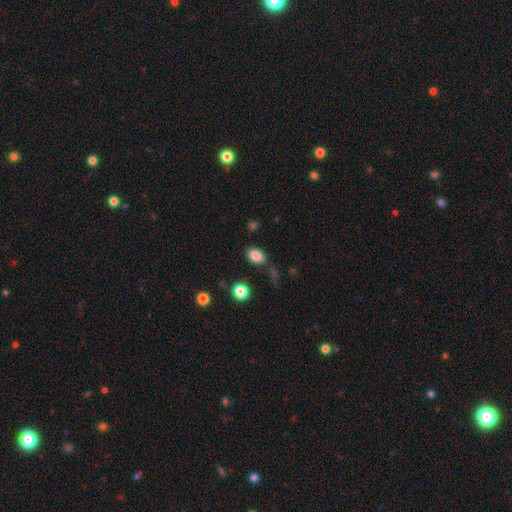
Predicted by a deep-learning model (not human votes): The model was most divided on "how rounded": in between: 80%, round: 19%, cigar-shaped: 1%. More confident: smooth or featured — smooth (85%); merging — none (78%).